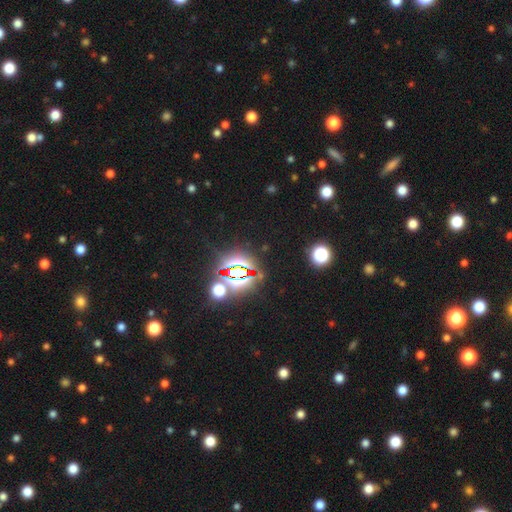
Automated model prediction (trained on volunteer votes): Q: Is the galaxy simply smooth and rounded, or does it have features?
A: star or artifact — 80%.